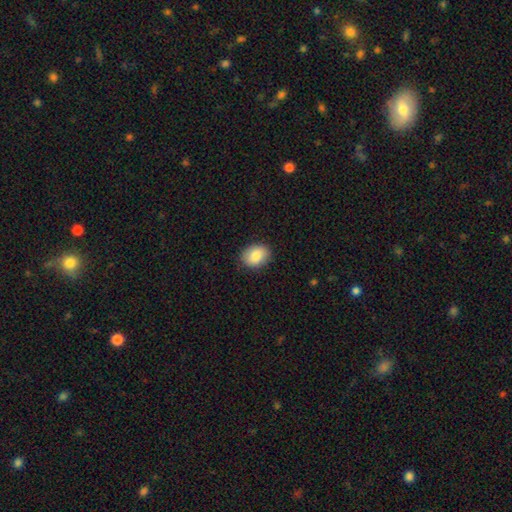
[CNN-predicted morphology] The model was most divided on "how rounded": in between: 64%, round: 35%, cigar-shaped: 1%. More confident: merging — none (88%); smooth or featured — smooth (85%).